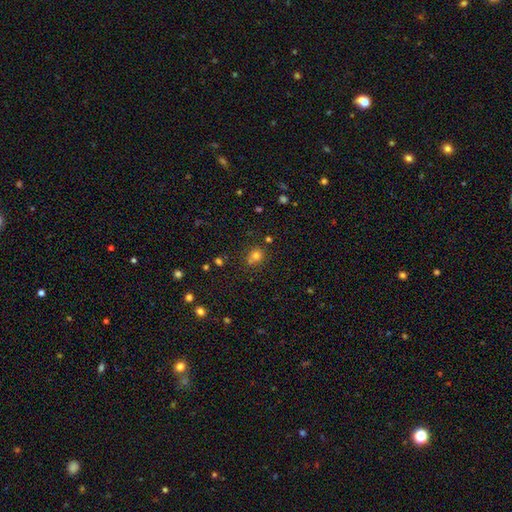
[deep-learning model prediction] smooth_or_featured: smooth (p=0.71) [alt: star or artifact p=0.21]
how_rounded: round (p=0.77) [alt: in between p=0.22]
merging: none (p=0.63) [alt: merger p=0.21]